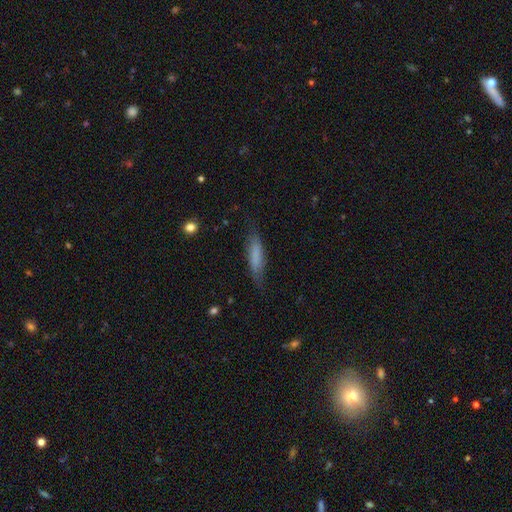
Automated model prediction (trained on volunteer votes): A smooth galaxy with no disk features (70%) that is cigar-shaped (75%).

Vote fractions:
- Smooth or featured? smooth: 70% / featured or disk: 23% / star or artifact: 7%
- How rounded? cigar-shaped: 75% / in between: 23% / round: 2%
- Merging? none: 74% / minor disturbance: 19% / major disturbance: 5% / merger: 1%